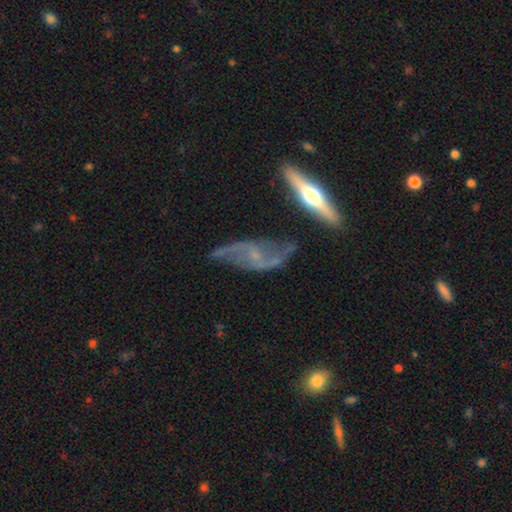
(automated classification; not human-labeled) smooth_or_featured: featured or disk (p=0.84) [alt: smooth p=0.09]
disk_edge_on: no (p=0.81) [alt: yes p=0.19]
bar: no (p=0.56) [alt: weak p=0.33]
has_spiral_arms: yes (p=0.91) [alt: no p=0.09]
spiral_winding: loose (p=0.65) [alt: medium p=0.25]
spiral_arm_count: 2 (p=0.88) [alt: can't tell p=0.05]
bulge_size: small (p=0.66) [alt: none p=0.19]
merging: none (p=0.61) [alt: minor disturbance p=0.23]